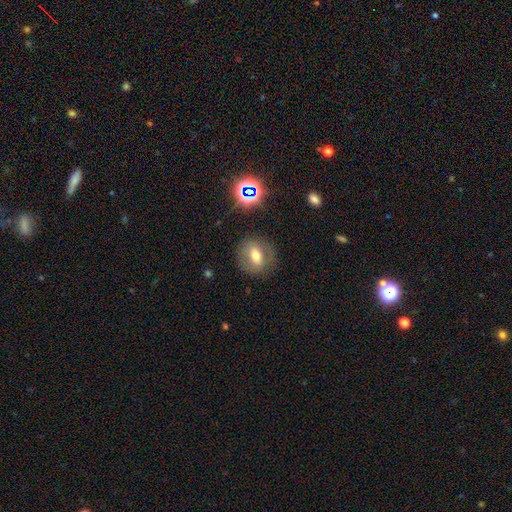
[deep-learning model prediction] Q: Smooth or featured?
A: smooth (52%); runner-up: featured or disk (33%)
Q: How rounded?
A: round (56%); runner-up: in between (42%)
Q: Merging?
A: none (79%); runner-up: minor disturbance (13%)